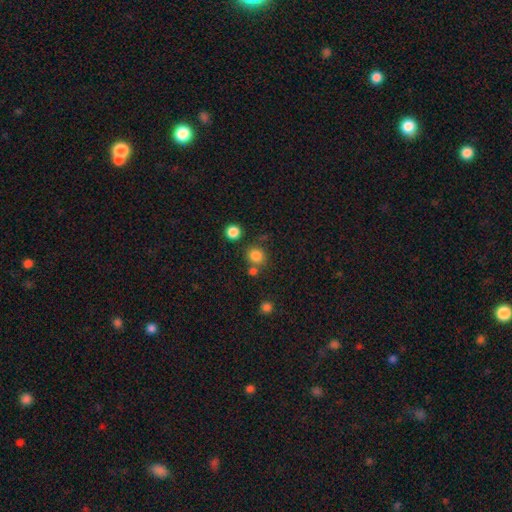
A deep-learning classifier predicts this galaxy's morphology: This is clearly a smooth galaxy (82%). How rounded: clearly round (84%). Merging: likely none (69%).